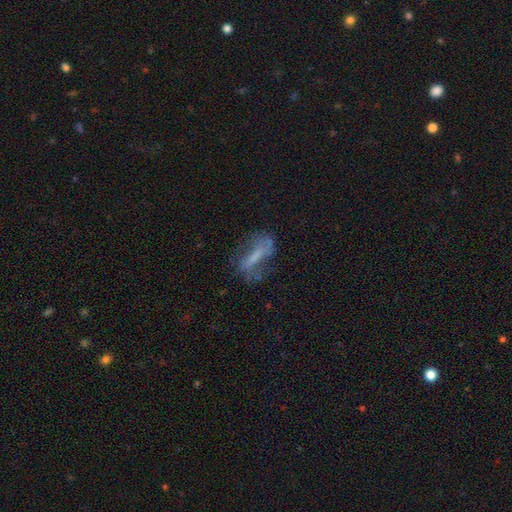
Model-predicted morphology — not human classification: Smooth or featured? featured or disk (53%)
Edge-on disk? no (82%)
Merging? none (48%)